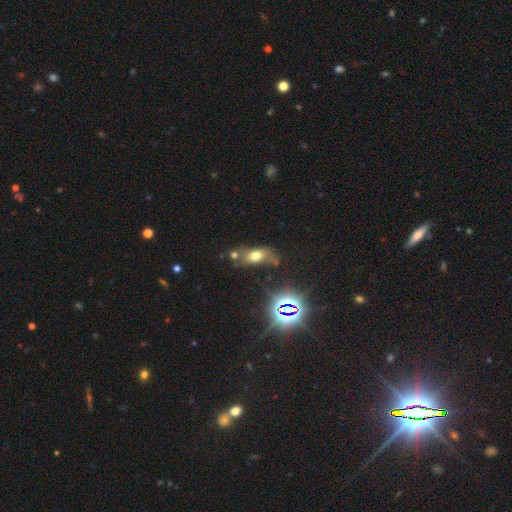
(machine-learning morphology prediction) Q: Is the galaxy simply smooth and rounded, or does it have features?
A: smooth — 57%.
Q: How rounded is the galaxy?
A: in between — 77%.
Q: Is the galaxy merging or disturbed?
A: none — 47%.